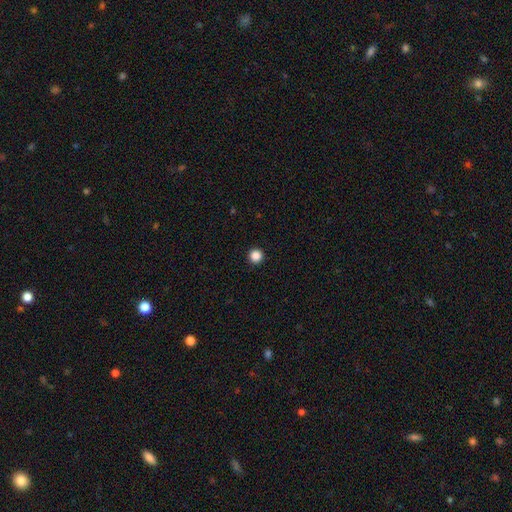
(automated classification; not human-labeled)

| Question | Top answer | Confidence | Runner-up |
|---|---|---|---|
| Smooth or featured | smooth | 87% | star or artifact (11%) |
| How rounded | round | 96% | in between (3%) |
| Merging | none | 94% | minor disturbance (4%) |